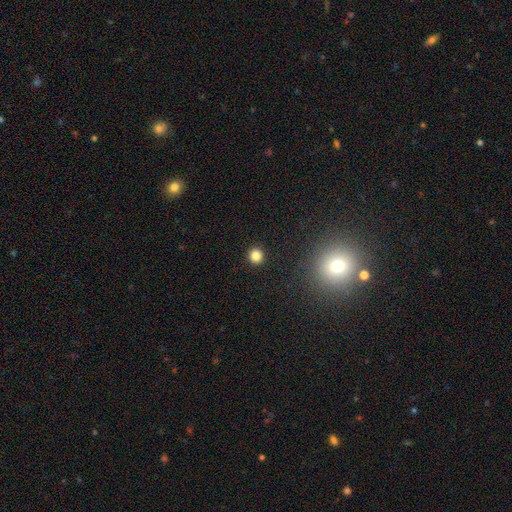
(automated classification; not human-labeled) Morphology: type=smooth (83%); roundness=round (93%); merging=none (93%).